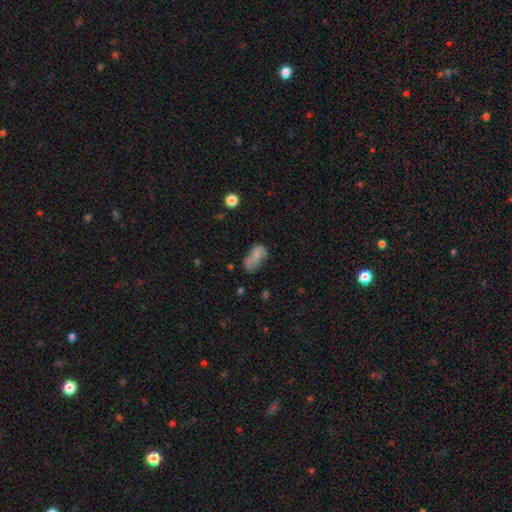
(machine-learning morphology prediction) Smooth or featured? Predicted: smooth (p=0.61). How rounded? Predicted: in between (p=0.91). Merging? Predicted: none (p=0.41).